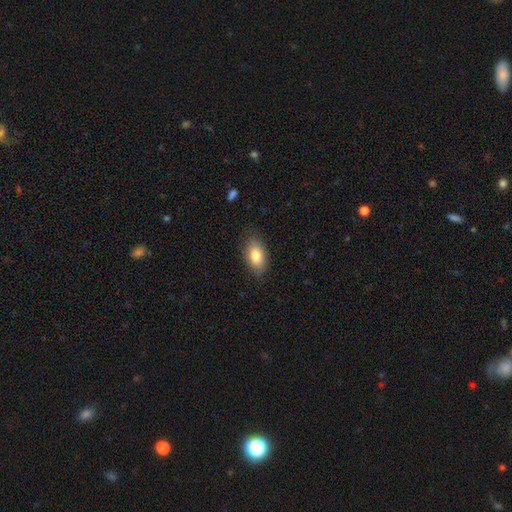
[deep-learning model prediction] Smooth or featured: smooth — 82% (featured or disk — 11%)
How rounded: in between — 92% (round — 5%)
Merging: none — 83% (minor disturbance — 13%)